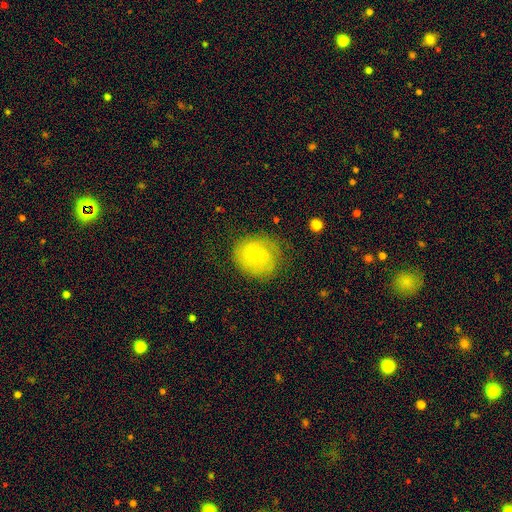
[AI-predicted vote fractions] A featured or disk galaxy (51%). Merging: none (70%).